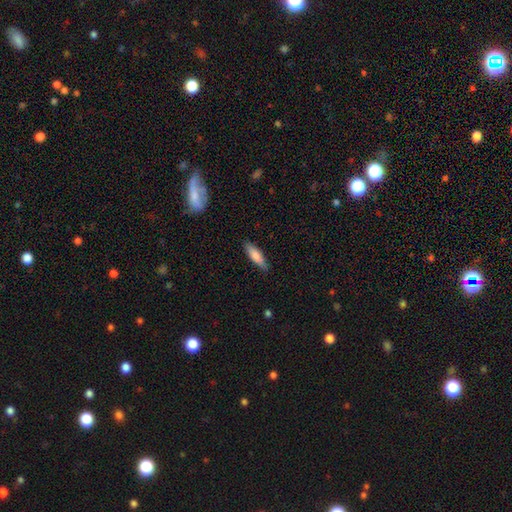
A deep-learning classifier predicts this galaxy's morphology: type=smooth (79%); roundness=cigar-shaped (57%); merging=none (84%).